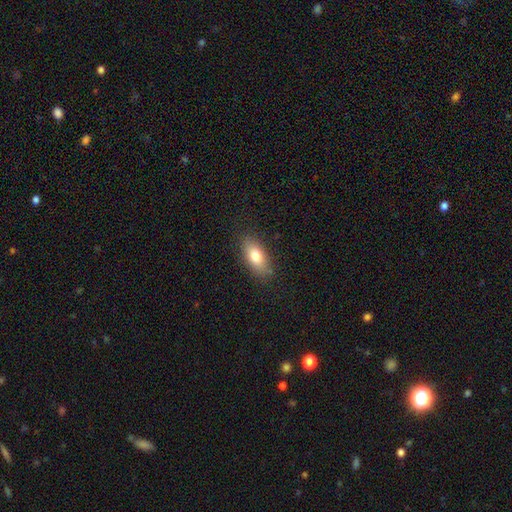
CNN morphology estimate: Smooth or featured?
  - smooth: 78% *
  - featured or disk: 15%
  - star or artifact: 8%
How rounded?
  - in between: 87% *
  - cigar-shaped: 8%
  - round: 5%
Merging?
  - none: 84% *
  - minor disturbance: 12%
  - major disturbance: 3%
  - merger: 1%